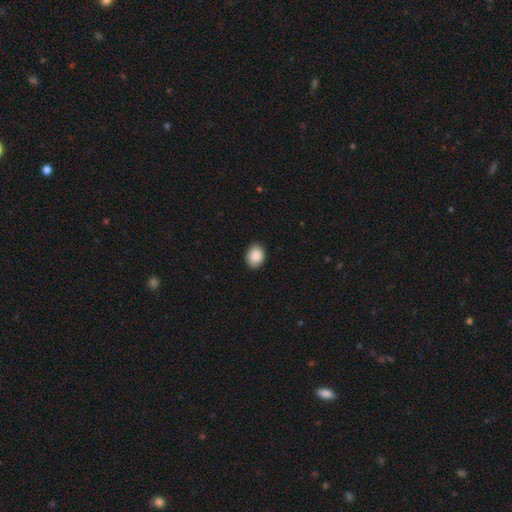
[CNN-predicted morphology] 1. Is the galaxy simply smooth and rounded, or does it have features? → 90% smooth, 7% star or artifact, 3% featured or disk.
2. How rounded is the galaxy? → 66% in between, 33% round, 1% cigar-shaped.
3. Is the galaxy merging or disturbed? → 87% none, 10% minor disturbance, 2% major disturbance, 1% merger.